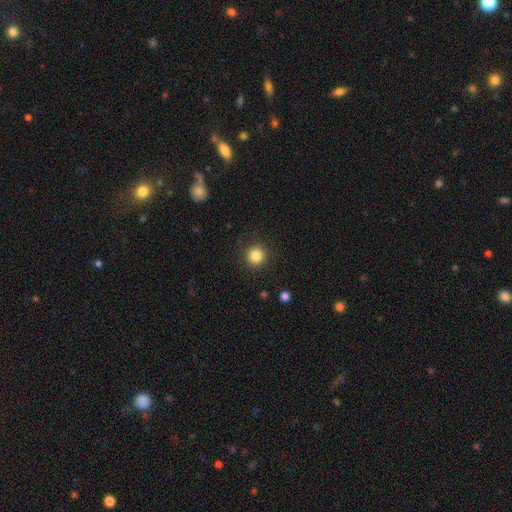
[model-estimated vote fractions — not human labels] smooth-or-featured: smooth: 85% | star or artifact: 11% | featured or disk: 5%
  how-rounded: round: 95% | in between: 4% | cigar-shaped: 1%
  merging: none: 91% | minor disturbance: 5% | major disturbance: 2% | merger: 1%